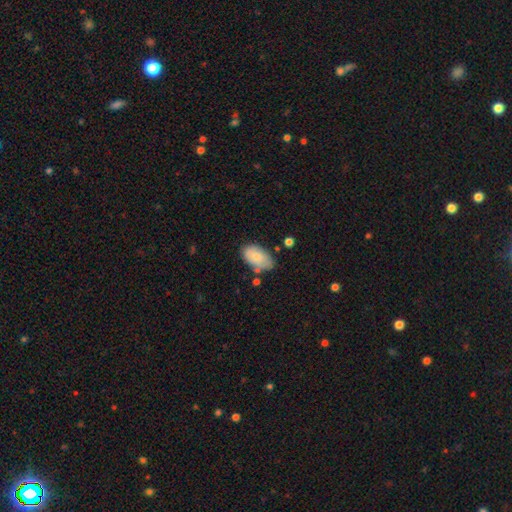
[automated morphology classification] Q: Smooth or featured?
A: smooth (80%); runner-up: featured or disk (14%)
Q: How rounded?
A: in between (94%); runner-up: round (4%)
Q: Merging?
A: none (69%); runner-up: minor disturbance (21%)